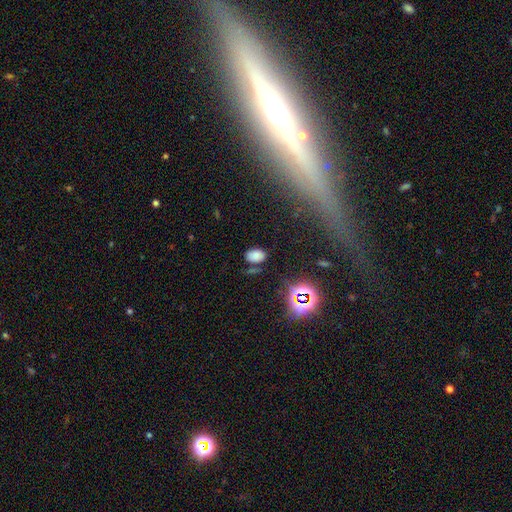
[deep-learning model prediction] This appears to be a smooth galaxy with no disk features (73%) that is in between round and cigar-shaped (90%). Merging: none (76%).